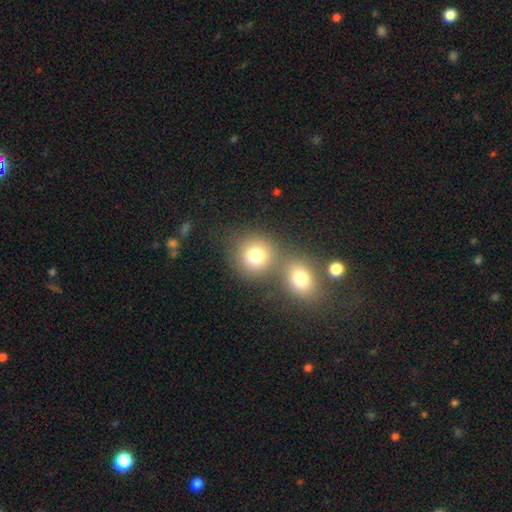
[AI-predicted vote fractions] smooth_or_featured: smooth (p=0.76) [alt: star or artifact p=0.12]
how_rounded: round (p=0.86) [alt: in between p=0.13]
merging: none (p=0.52) [alt: merger p=0.37]